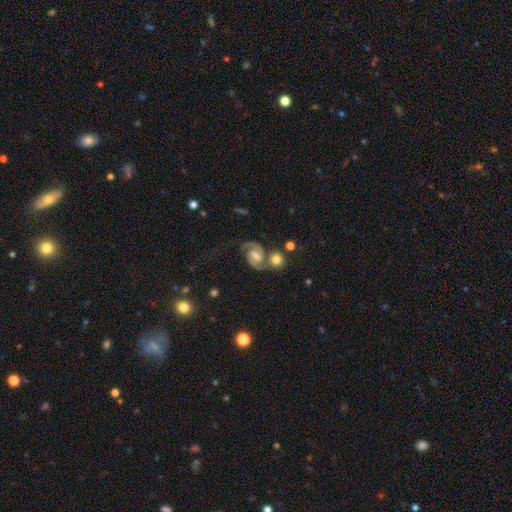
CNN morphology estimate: Smooth or featured? Predicted: featured or disk (p=0.82). Edge-on disk? Predicted: no (p=0.98). Bar? Predicted: weak (p=0.50). Spiral arms? Predicted: yes (p=0.96). Spiral winding? Predicted: medium (p=0.58). Spiral arm count? Predicted: 2 (p=0.92). Bulge size? Predicted: moderate (p=0.56). Merging? Predicted: none (p=0.52).